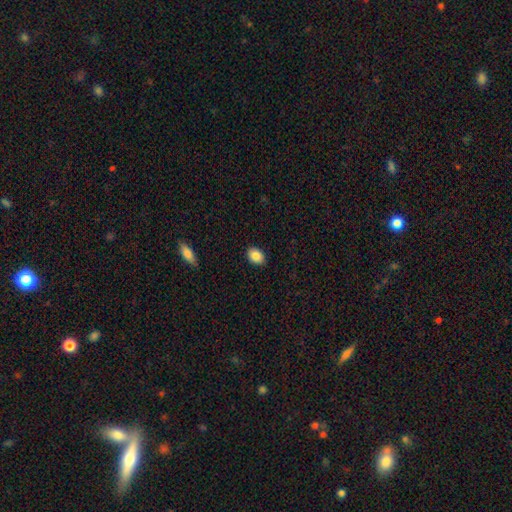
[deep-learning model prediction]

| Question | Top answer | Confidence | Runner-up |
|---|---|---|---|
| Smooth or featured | smooth | 87% | star or artifact (8%) |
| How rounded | in between | 75% | round (23%) |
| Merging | none | 90% | minor disturbance (7%) |